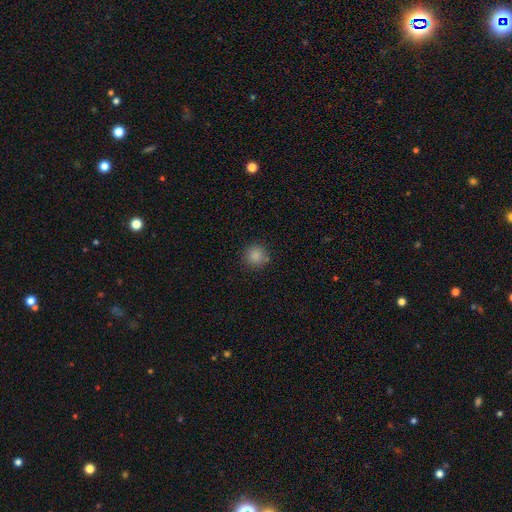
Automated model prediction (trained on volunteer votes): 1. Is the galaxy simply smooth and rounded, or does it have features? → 85% smooth, 11% star or artifact, 4% featured or disk.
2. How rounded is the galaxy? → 93% round, 6% in between, 1% cigar-shaped.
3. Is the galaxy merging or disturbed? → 86% none, 8% minor disturbance, 3% merger, 3% major disturbance.